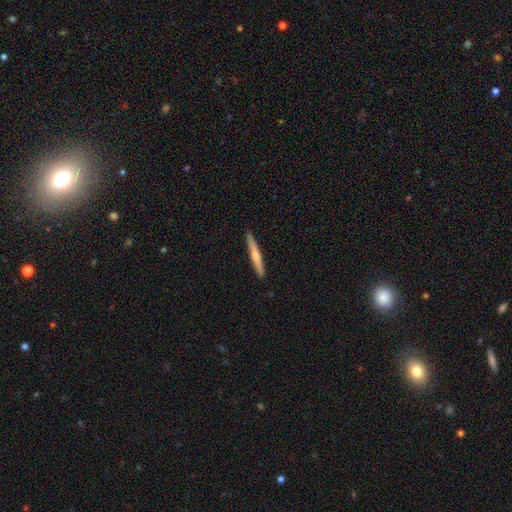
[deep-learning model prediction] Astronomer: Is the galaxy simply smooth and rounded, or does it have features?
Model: smooth — 55% (runner-up: featured or disk, 40%).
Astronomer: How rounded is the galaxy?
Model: cigar-shaped — 95%.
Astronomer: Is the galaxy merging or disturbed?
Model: none — 91%.